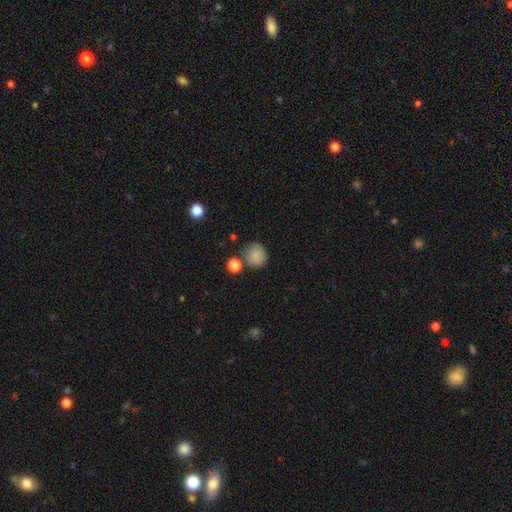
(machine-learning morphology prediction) Smooth or featured? smooth (84%)
How rounded? round (86%)
Merging? none (70%)